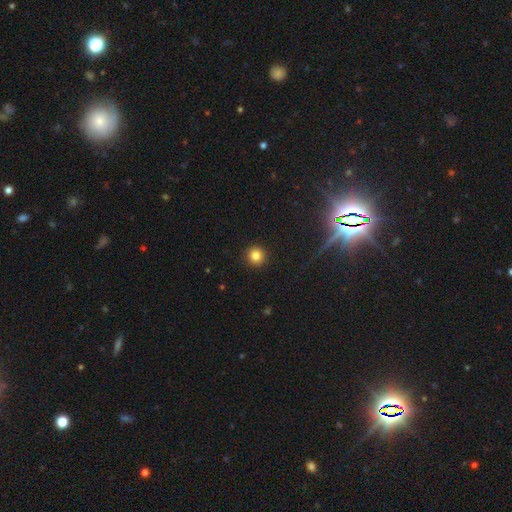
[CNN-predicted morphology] smooth-or-featured: smooth: 83% | star or artifact: 12% | featured or disk: 5%
  how-rounded: round: 95% | in between: 4% | cigar-shaped: 1%
  merging: none: 93% | minor disturbance: 4% | major disturbance: 2% | merger: 1%